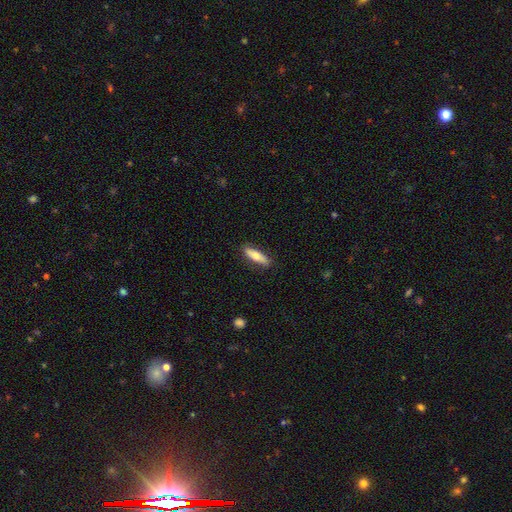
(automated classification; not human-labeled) The model was most divided on "how rounded": cigar-shaped: 62%, in between: 36%, round: 2%. More confident: merging — none (85%); smooth or featured — smooth (65%).